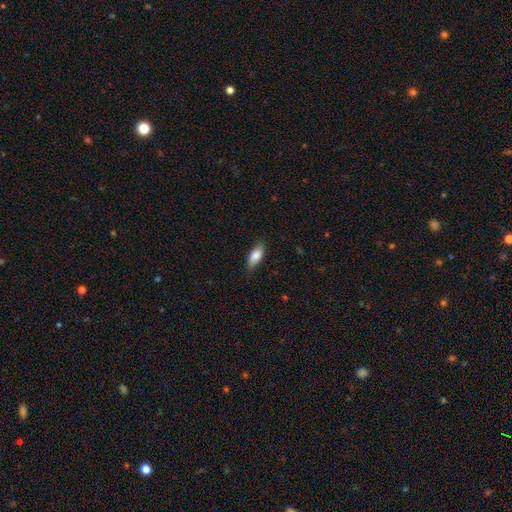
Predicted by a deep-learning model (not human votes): This is clearly a smooth galaxy (83%). How rounded: clearly in between (80%). Merging: clearly none (82%).